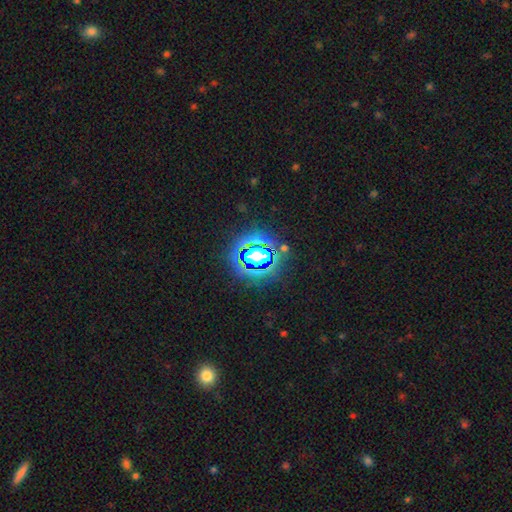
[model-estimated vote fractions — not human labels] A star or artifact, not a galaxy (66%).